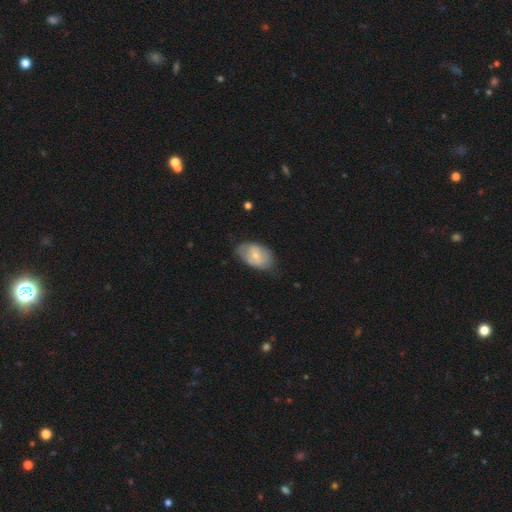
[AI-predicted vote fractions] A smooth galaxy with no disk features (58%) that is in between round and cigar-shaped (89%).

Vote fractions:
- Smooth or featured? smooth: 58% / featured or disk: 36% / star or artifact: 6%
- How rounded? in between: 89% / round: 9% / cigar-shaped: 1%
- Merging? none: 63% / minor disturbance: 29% / major disturbance: 7% / merger: 1%